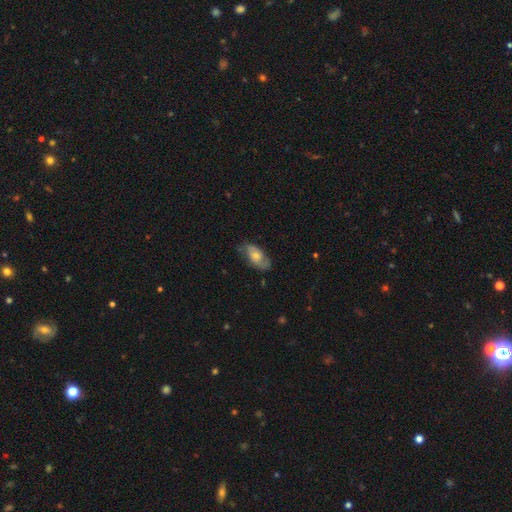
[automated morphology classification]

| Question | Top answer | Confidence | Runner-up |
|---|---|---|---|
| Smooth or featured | smooth | 49% | featured or disk (44%) |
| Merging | none | 69% | minor disturbance (23%) |